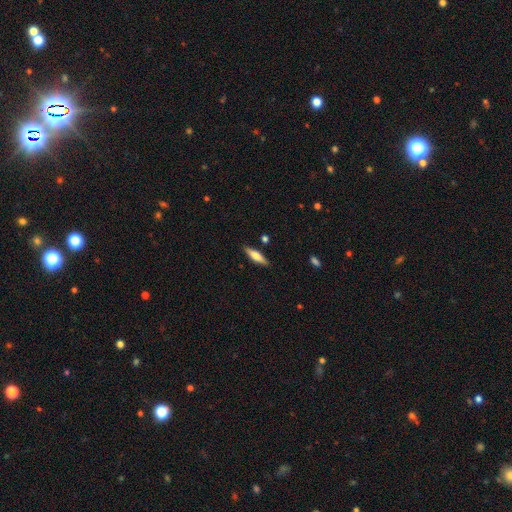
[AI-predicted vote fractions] smooth_or_featured: smooth (p=0.60) [alt: featured or disk p=0.34]
how_rounded: cigar-shaped (p=0.68) [alt: in between p=0.30]
merging: none (p=0.86) [alt: minor disturbance p=0.10]